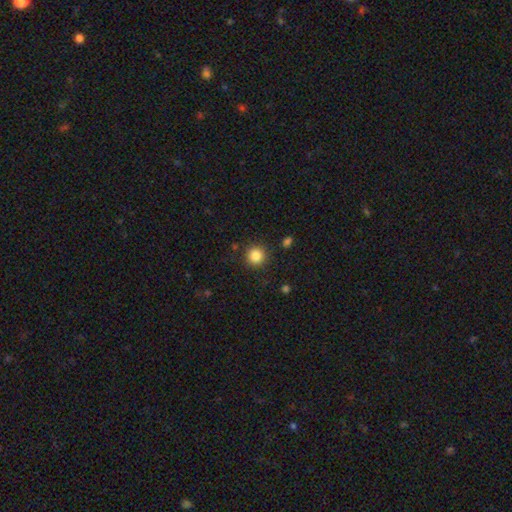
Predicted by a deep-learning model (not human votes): smooth 85%, star or artifact 11%, featured or disk 4%. Down the decision tree: how rounded — round (94%); merging — none (89%).